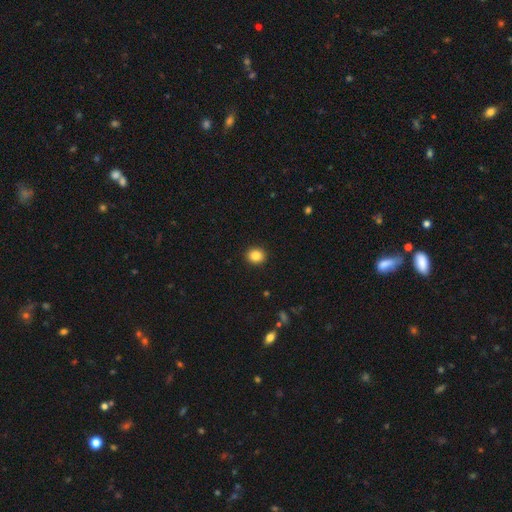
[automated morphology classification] type=smooth (85%); roundness=round (77%); merging=none (92%).